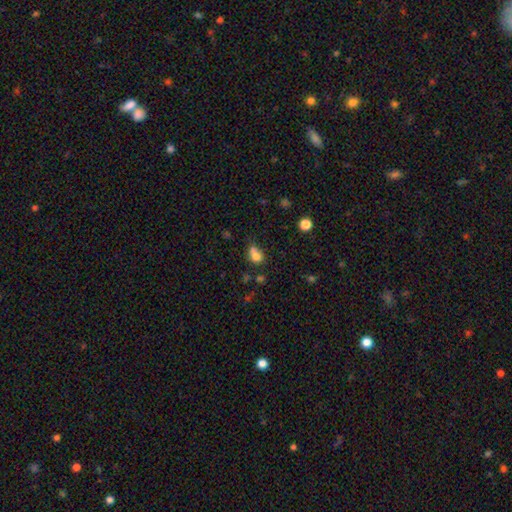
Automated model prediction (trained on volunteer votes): Overall: smooth (75%). How rounded: round (50%; in between 49%). Merging: merger (46%; none 31%).